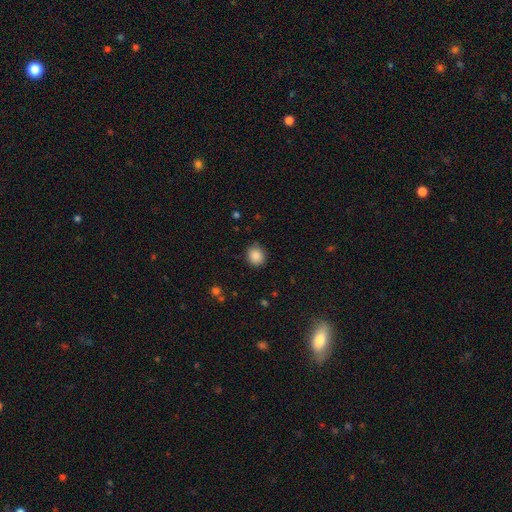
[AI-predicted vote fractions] The model was most divided on "how rounded": round: 75%, in between: 24%, cigar-shaped: 1%. More confident: smooth or featured — smooth (88%); merging — none (83%).